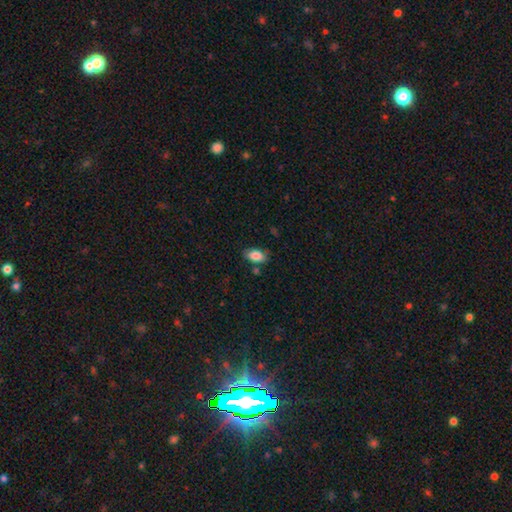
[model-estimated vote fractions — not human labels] This appears to be a smooth galaxy with no disk features (84%) that is in between round and cigar-shaped (92%). Merging: none (75%).